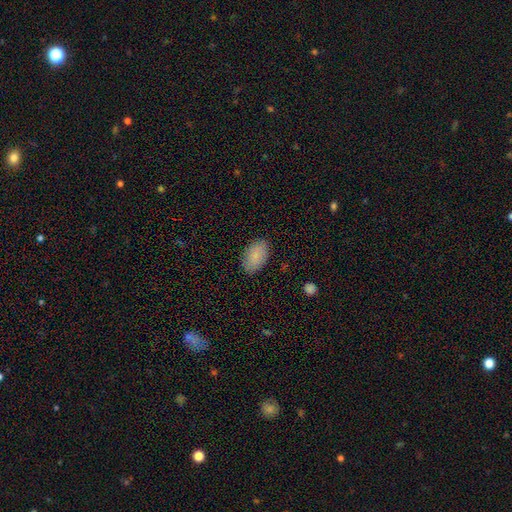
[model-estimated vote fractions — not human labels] smooth-or-featured: smooth: 87% | featured or disk: 7% | star or artifact: 6%
  how-rounded: in between: 94% | round: 5% | cigar-shaped: 2%
  merging: none: 87% | minor disturbance: 9% | major disturbance: 2% | merger: 1%